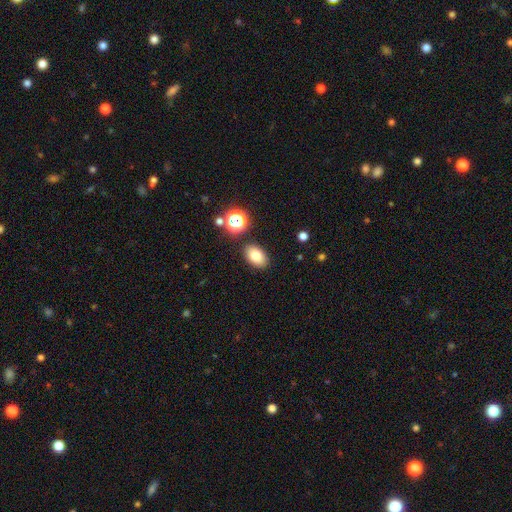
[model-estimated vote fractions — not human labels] A smooth galaxy with no disk features (78%) that is in between round and cigar-shaped (87%). Merging: none (85%).